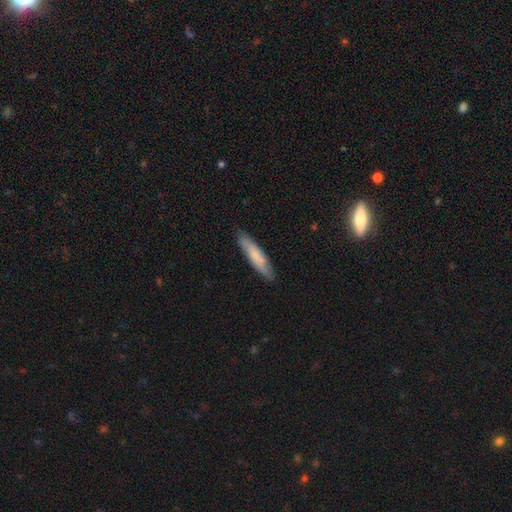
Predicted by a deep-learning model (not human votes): smooth-or-featured: smooth: 72% | featured or disk: 23% | star or artifact: 5%
  how-rounded: cigar-shaped: 83% | in between: 16% | round: 1%
  merging: none: 87% | minor disturbance: 10% | major disturbance: 2% | merger: 1%